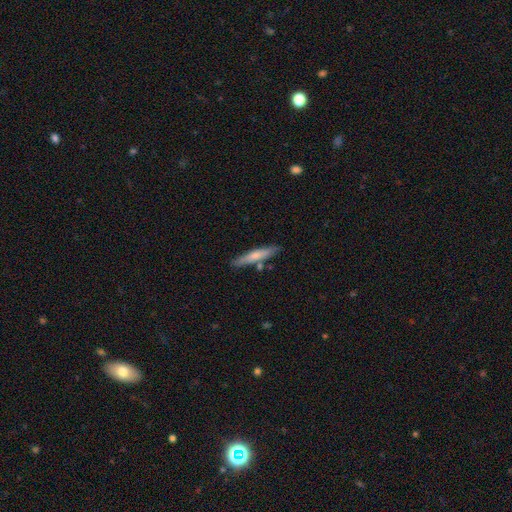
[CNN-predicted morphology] smooth_or_featured: smooth (p=0.65) [alt: featured or disk p=0.29]
how_rounded: cigar-shaped (p=0.91) [alt: in between p=0.08]
merging: none (p=0.79) [alt: minor disturbance p=0.12]